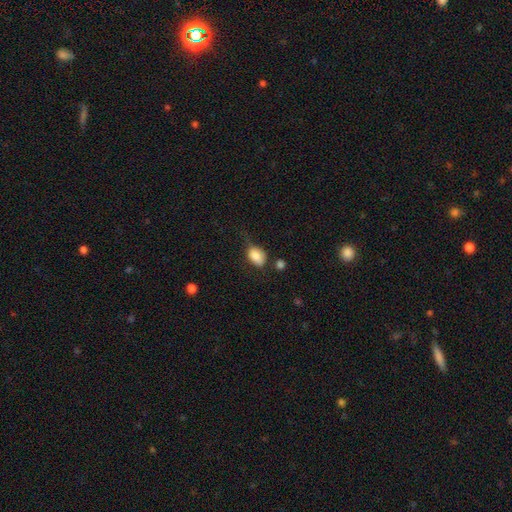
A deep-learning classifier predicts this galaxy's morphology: Smooth or featured?
  - smooth: 83% *
  - featured or disk: 9%
  - star or artifact: 8%
How rounded?
  - in between: 77% *
  - round: 22%
  - cigar-shaped: 2%
Merging?
  - none: 46% *
  - minor disturbance: 35%
  - major disturbance: 13%
  - merger: 6%